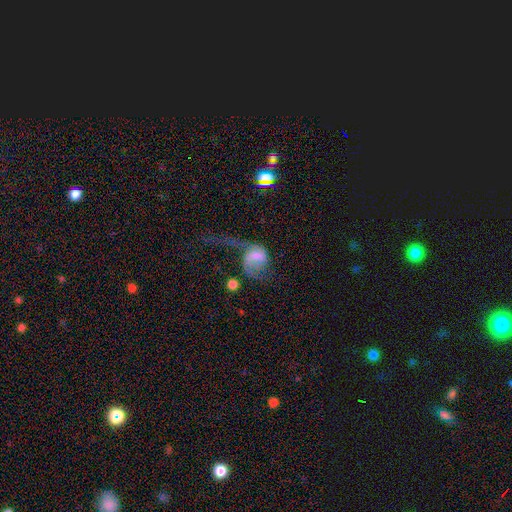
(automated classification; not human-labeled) The model was most divided on "bulge size": moderate: 40%, small: 36%, none: 14%, large: 8%, dominant: 3%. More confident: edge-on disk — no (97%); spiral arms — yes (79%); smooth or featured — featured or disk (63%); merging — major disturbance (57%); bar — no (51%).